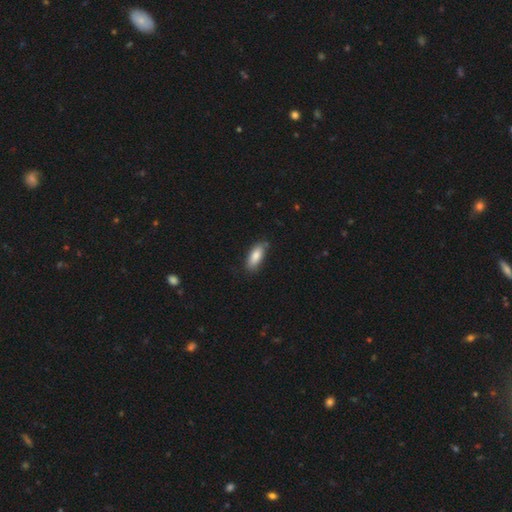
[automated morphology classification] A smooth galaxy with no disk features (84%) that is in between round and cigar-shaped (81%).

Vote fractions:
- Smooth or featured? smooth: 84% / featured or disk: 10% / star or artifact: 6%
- How rounded? in between: 81% / cigar-shaped: 17% / round: 2%
- Merging? none: 76% / minor disturbance: 19% / major disturbance: 3% / merger: 1%